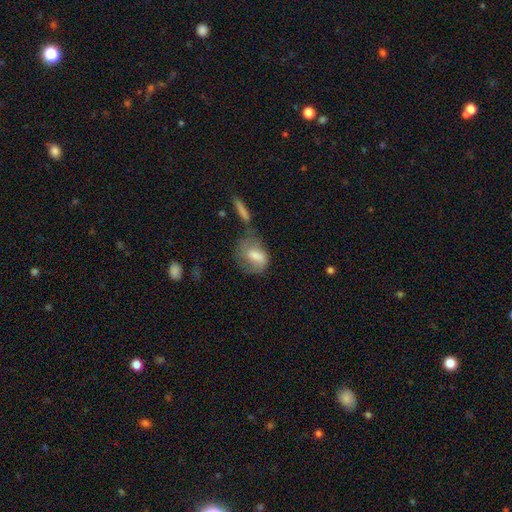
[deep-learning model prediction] A smooth galaxy with no disk features (62%) that is in between round and cigar-shaped (75%).

Vote fractions:
- Smooth or featured? smooth: 62% / featured or disk: 29% / star or artifact: 8%
- How rounded? in between: 75% / round: 20% / cigar-shaped: 5%
- Merging? major disturbance: 30% / none: 27% / minor disturbance: 24% / merger: 19%